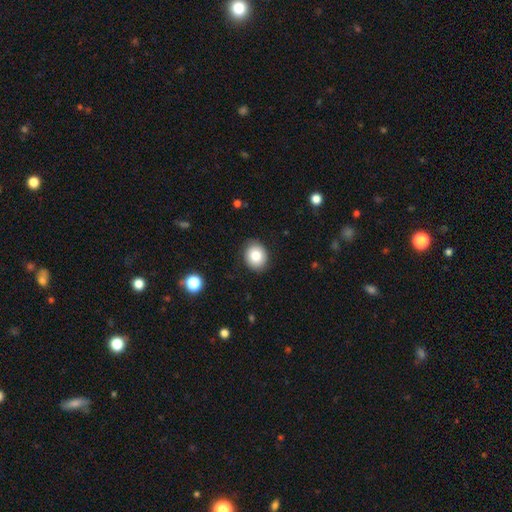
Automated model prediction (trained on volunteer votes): This appears to be a smooth galaxy with no disk features (82%) that is round (66%). Merging: none (88%).